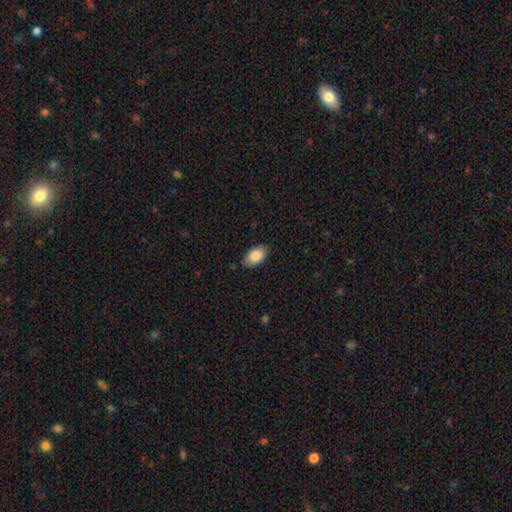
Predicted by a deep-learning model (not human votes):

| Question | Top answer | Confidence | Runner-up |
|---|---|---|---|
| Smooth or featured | smooth | 86% | featured or disk (7%) |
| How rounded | in between | 93% | round (5%) |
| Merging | none | 83% | minor disturbance (13%) |